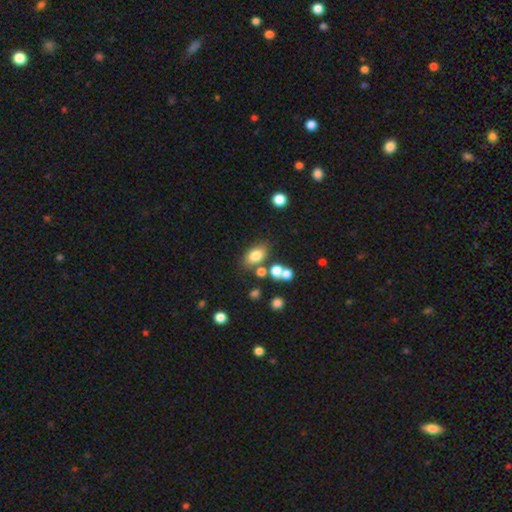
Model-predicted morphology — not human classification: A smooth galaxy with no disk features (78%) that is in between round and cigar-shaped (82%).

Vote fractions:
- Smooth or featured? smooth: 78% / star or artifact: 11% / featured or disk: 11%
- How rounded? in between: 82% / round: 16% / cigar-shaped: 2%
- Merging? none: 71% / merger: 13% / minor disturbance: 12% / major disturbance: 4%